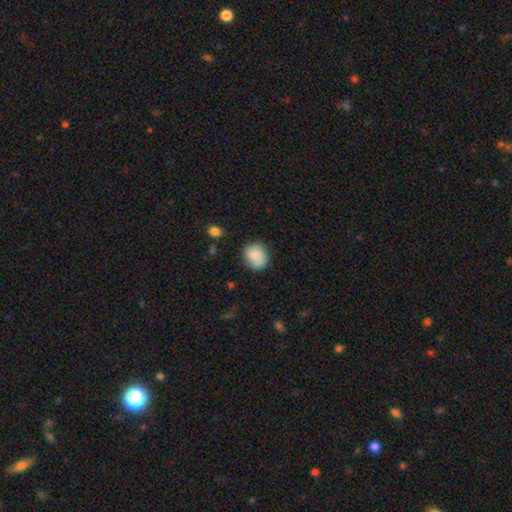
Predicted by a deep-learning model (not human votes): Smooth or featured: smooth — 77% (featured or disk — 15%)
How rounded: round — 73% (in between — 26%)
Merging: none — 71% (minor disturbance — 19%)